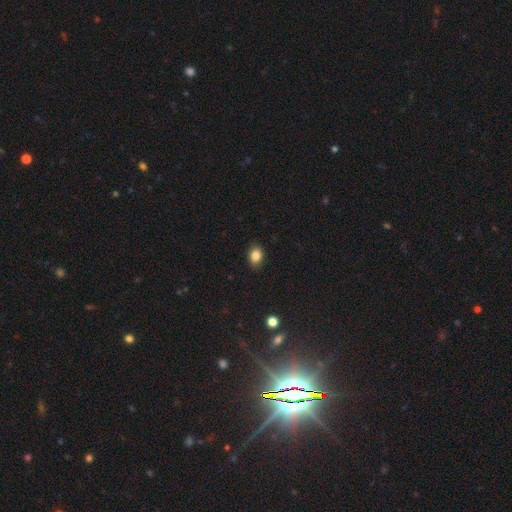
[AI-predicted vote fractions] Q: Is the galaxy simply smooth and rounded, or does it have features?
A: smooth — 85%.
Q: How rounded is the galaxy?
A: in between — 69%.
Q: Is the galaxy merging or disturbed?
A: none — 87%.